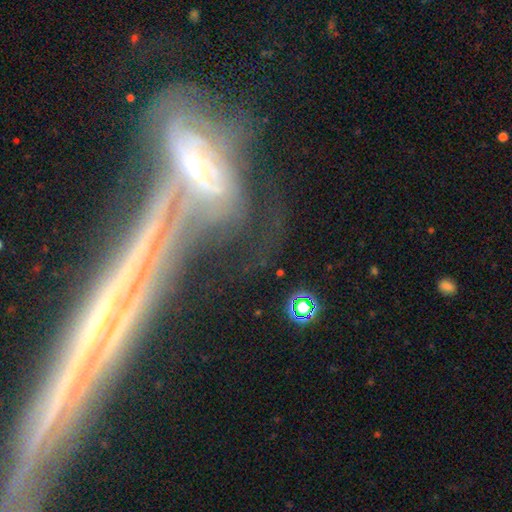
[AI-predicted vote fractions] Smooth or featured?
  - featured or disk: 62% *
  - star or artifact: 23%
  - smooth: 16%
Edge-on disk?
  - yes: 58% *
  - no: 42%
Merging?
  - none: 50% *
  - merger: 20%
  - minor disturbance: 18%
  - major disturbance: 12%